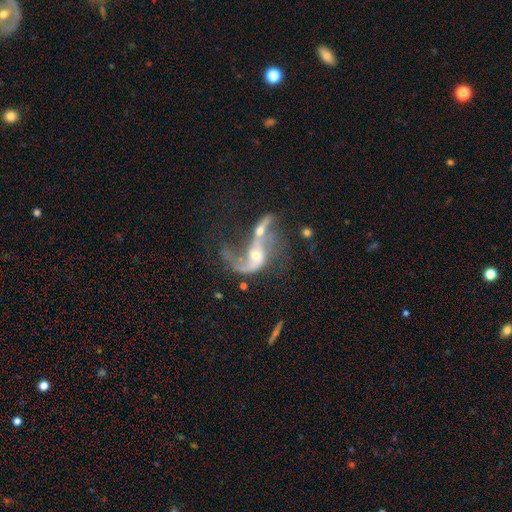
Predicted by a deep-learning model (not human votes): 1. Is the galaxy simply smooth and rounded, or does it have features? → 75% featured or disk, 16% smooth, 9% star or artifact.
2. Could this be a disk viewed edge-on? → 96% no, 4% yes.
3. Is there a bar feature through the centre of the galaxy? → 61% no, 29% weak, 10% strong.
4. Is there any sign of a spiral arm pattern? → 81% yes, 19% no.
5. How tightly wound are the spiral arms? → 76% loose, 19% medium, 5% tight.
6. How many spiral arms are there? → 51% 2, 36% 1, 8% can't tell, 2% 3, 1% 4, 1% more than 4.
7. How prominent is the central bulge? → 53% moderate, 35% small, 6% large, 5% none, 1% dominant.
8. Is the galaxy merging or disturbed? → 64% merger, 18% major disturbance, 12% none, 6% minor disturbance.